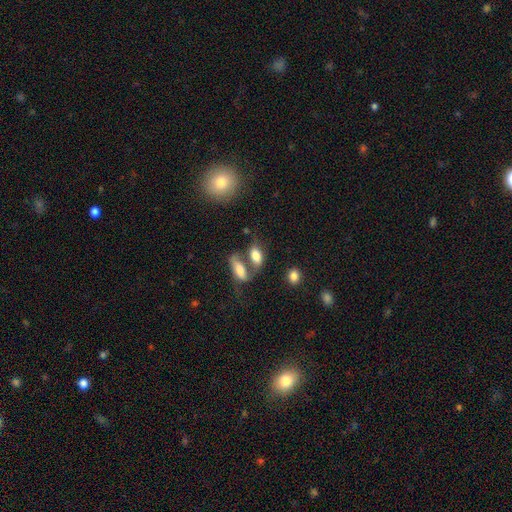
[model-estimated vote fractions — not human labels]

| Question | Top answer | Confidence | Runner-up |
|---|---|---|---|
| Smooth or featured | smooth | 75% | featured or disk (16%) |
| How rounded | in between | 86% | cigar-shaped (7%) |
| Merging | merger | 44% | none (34%) |